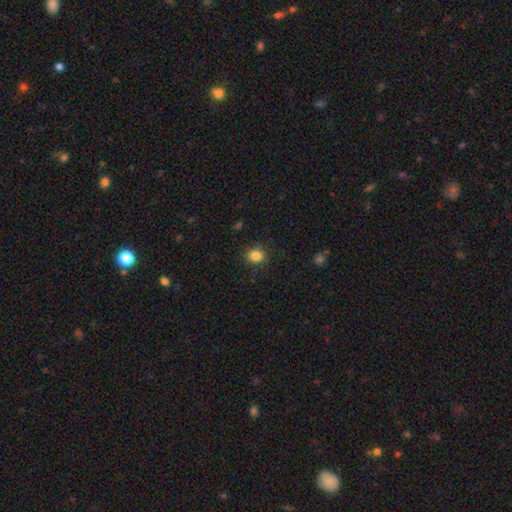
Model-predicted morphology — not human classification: Q: Smooth or featured?
A: smooth (85%); runner-up: star or artifact (10%)
Q: How rounded?
A: round (59%); runner-up: in between (40%)
Q: Merging?
A: none (86%); runner-up: minor disturbance (10%)